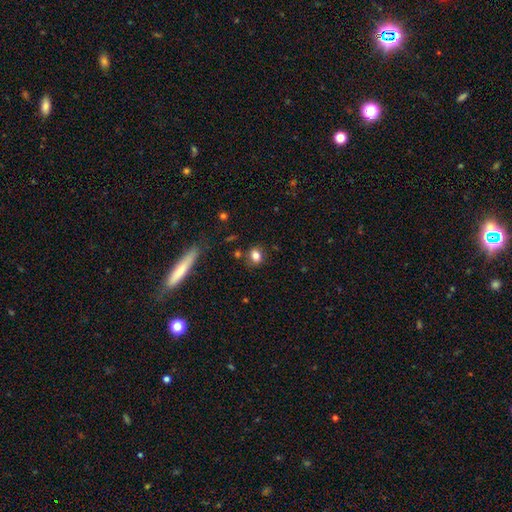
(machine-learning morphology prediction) smooth_or_featured: smooth (p=0.81) [alt: star or artifact p=0.11]
how_rounded: round (p=0.52) [alt: in between p=0.46]
merging: none (p=0.77) [alt: minor disturbance p=0.14]